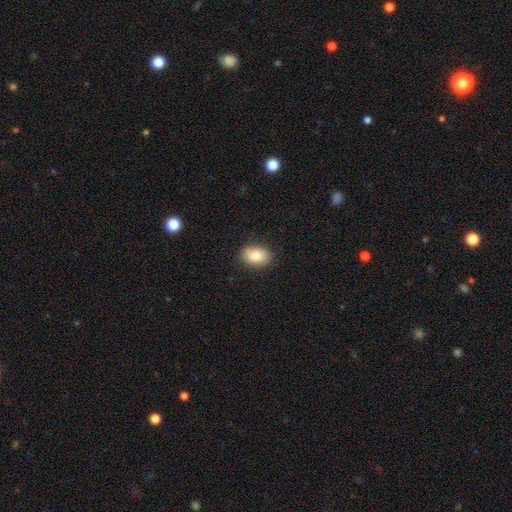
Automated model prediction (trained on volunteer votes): A smooth galaxy with no disk features (83%) that is in between round and cigar-shaped (82%). Merging: none (86%).